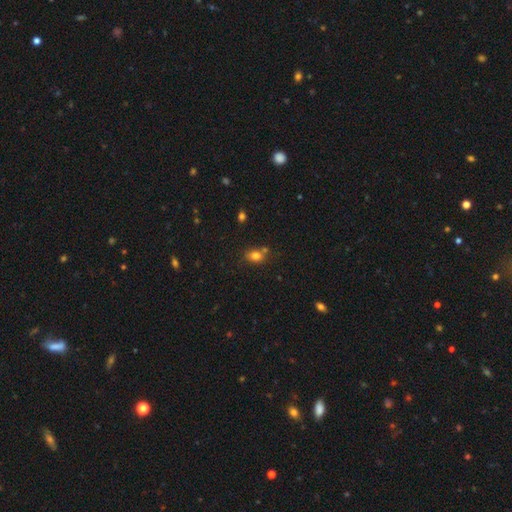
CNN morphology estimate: smooth 79%, star or artifact 13%, featured or disk 9%. Down the decision tree: how rounded — in between (52%); merging — none (62%).